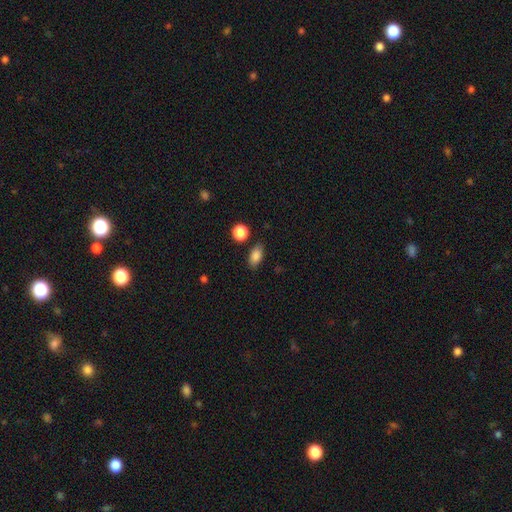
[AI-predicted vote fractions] smooth_or_featured: smooth (p=0.85) [alt: star or artifact p=0.09]
how_rounded: in between (p=0.86) [alt: round p=0.09]
merging: none (p=0.83) [alt: minor disturbance p=0.12]